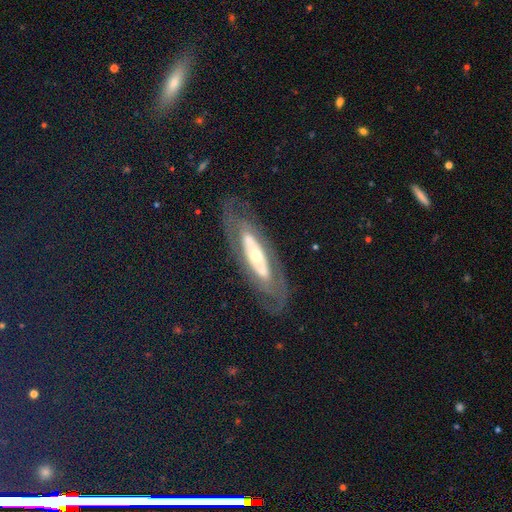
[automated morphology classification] This is likely a featured or disk galaxy (74%). It is likely not viewed edge-on (78%). Bar: likely no (75%). Spiral arm pattern: possibly no (51%). Central bulge: possibly moderate (47%). Merging: likely none (73%).